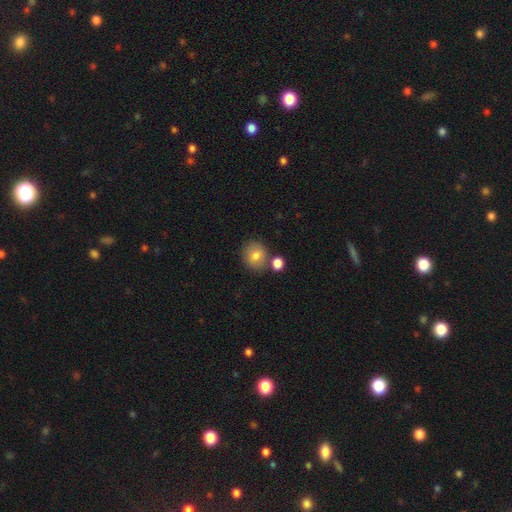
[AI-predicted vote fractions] Smooth or featured? smooth (80%)
How rounded? round (82%)
Merging? none (69%)